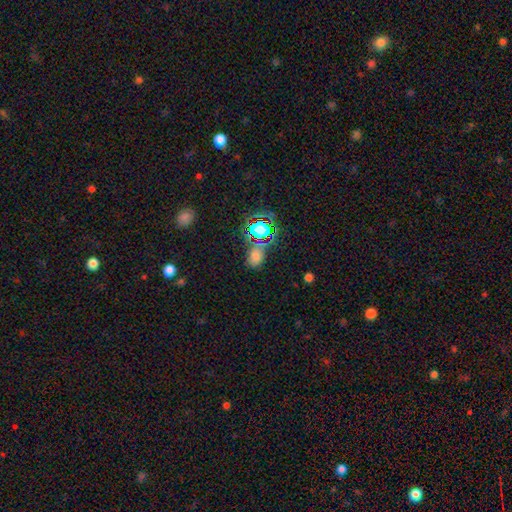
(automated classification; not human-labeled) Smooth or featured? smooth (55%)
How rounded? in between (65%)
Merging? none (65%)